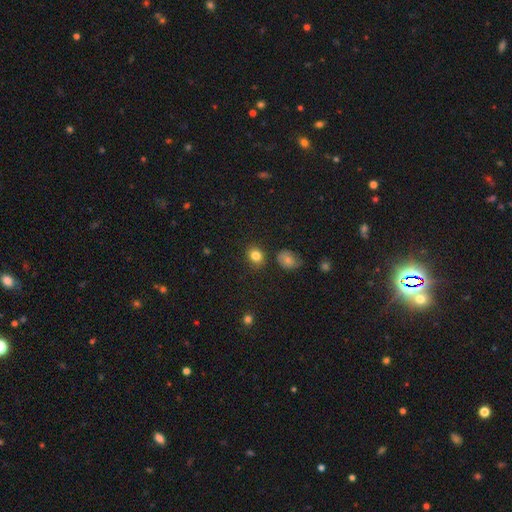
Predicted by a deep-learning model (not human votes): smooth-or-featured: smooth: 83% | star or artifact: 11% | featured or disk: 6%
  how-rounded: round: 63% | in between: 36% | cigar-shaped: 1%
  merging: none: 79% | minor disturbance: 13% | merger: 5% | major disturbance: 3%